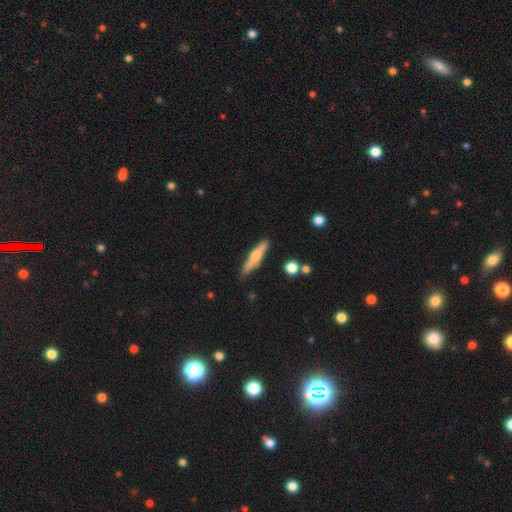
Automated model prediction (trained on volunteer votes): Smooth or featured? Predicted: featured or disk (p=0.50). Edge-on disk? Predicted: yes (p=0.94). Merging? Predicted: none (p=0.84).